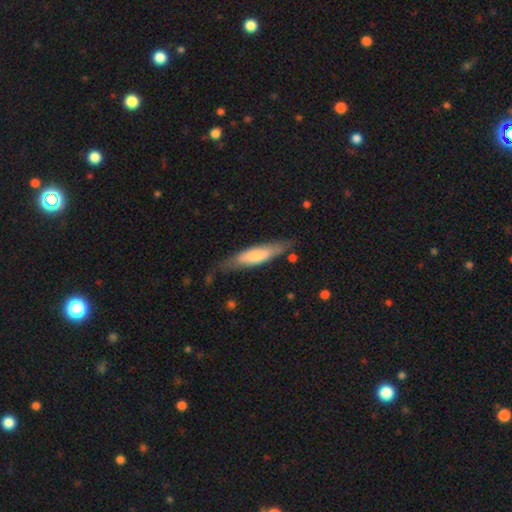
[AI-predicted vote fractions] Smooth or featured: smooth — 64% (featured or disk — 31%)
How rounded: cigar-shaped — 68% (in between — 30%)
Merging: none — 69% (minor disturbance — 22%)